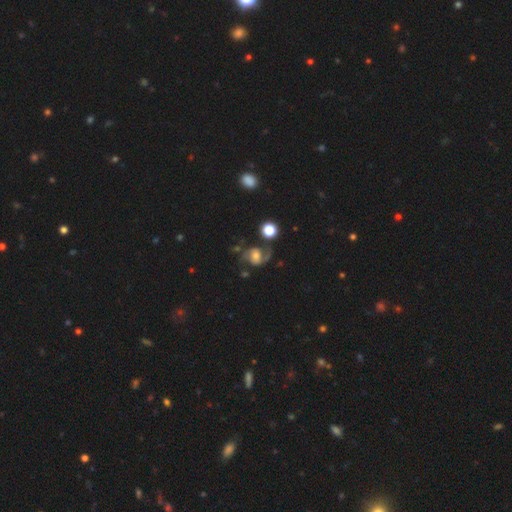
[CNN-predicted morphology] Smooth or featured?
  - featured or disk: 75% *
  - smooth: 16%
  - star or artifact: 9%
Edge-on disk?
  - no: 98% *
  - yes: 2%
Bar?
  - no: 50% *
  - weak: 38%
  - strong: 12%
Spiral arms?
  - yes: 93% *
  - no: 7%
Spiral winding?
  - medium: 47% *
  - loose: 40%
  - tight: 13%
Spiral arm count?
  - 2: 88% *
  - 1: 5%
  - can't tell: 4%
  - 3: 1%
  - 4: 1%
  - more than 4: 1%
Bulge size?
  - moderate: 54% *
  - small: 27%
  - large: 13%
  - none: 4%
  - dominant: 2%
Merging?
  - none: 62% *
  - minor disturbance: 18%
  - major disturbance: 14%
  - merger: 6%